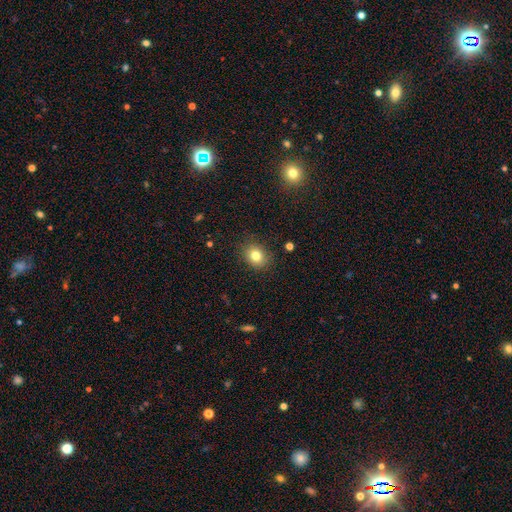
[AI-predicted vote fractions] This appears to be a smooth galaxy with no disk features (81%) that is round (55%). Merging: none (86%).